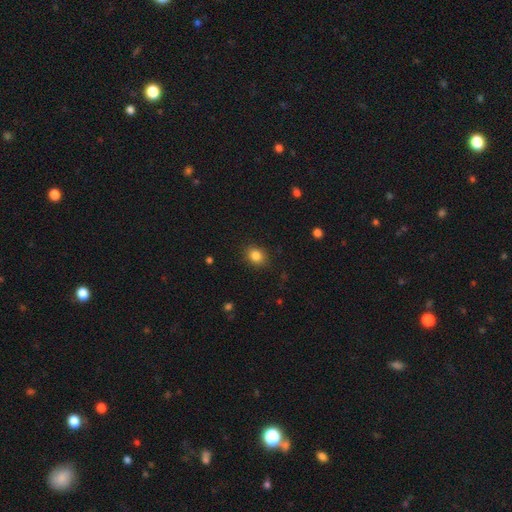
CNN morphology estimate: smooth_or_featured: smooth (p=0.84) [alt: star or artifact p=0.10]
how_rounded: round (p=0.59) [alt: in between p=0.40]
merging: none (p=0.88) [alt: minor disturbance p=0.09]